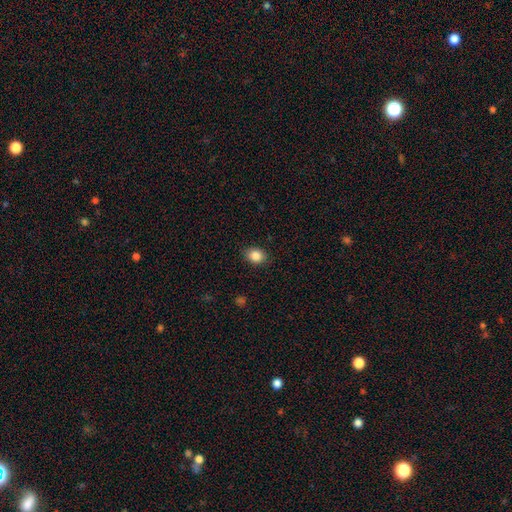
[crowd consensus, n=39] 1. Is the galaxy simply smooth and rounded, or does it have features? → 97% smooth, 3% star or artifact, 0% featured or disk.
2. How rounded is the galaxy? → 58% in between, 42% round, 0% cigar-shaped.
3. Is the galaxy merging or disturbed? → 89% none, 8% minor disturbance, 3% major disturbance, 0% merger.